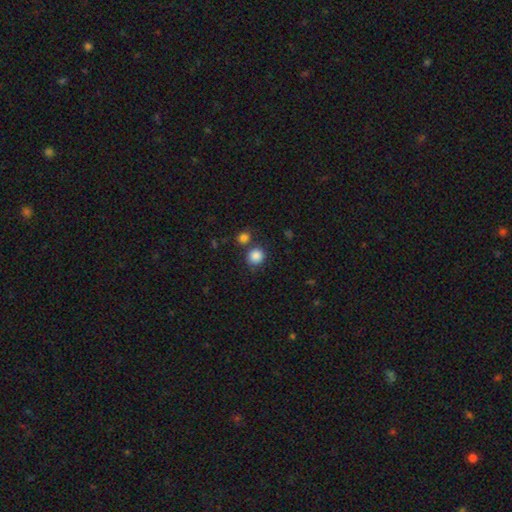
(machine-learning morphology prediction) smooth 86%, star or artifact 10%, featured or disk 4%. Down the decision tree: how rounded — round (89%); merging — none (73%).